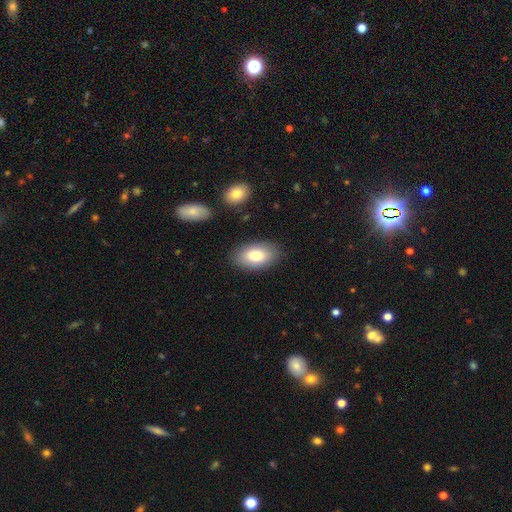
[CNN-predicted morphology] smooth_or_featured: smooth (p=0.83) [alt: featured or disk p=0.11]
how_rounded: in between (p=0.94) [alt: round p=0.04]
merging: none (p=0.84) [alt: minor disturbance p=0.11]